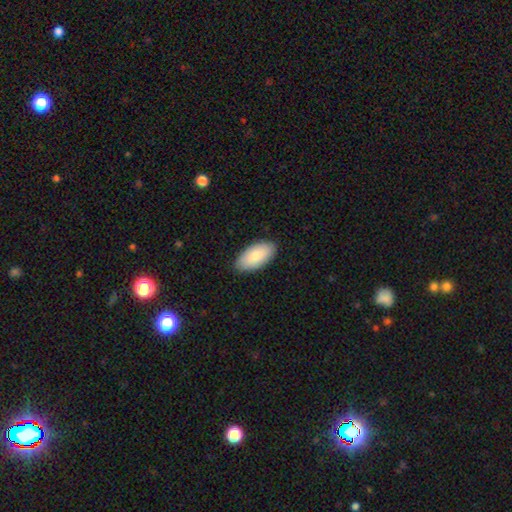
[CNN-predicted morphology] smooth 81%, featured or disk 13%, star or artifact 6%. Down the decision tree: how rounded — in between (95%); merging — none (88%).